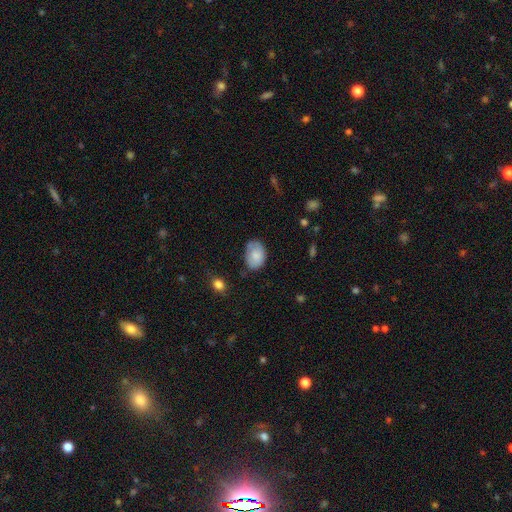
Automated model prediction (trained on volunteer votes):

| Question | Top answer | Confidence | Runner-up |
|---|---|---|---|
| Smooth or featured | smooth | 79% | featured or disk (14%) |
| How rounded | in between | 82% | round (17%) |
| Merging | none | 60% | minor disturbance (30%) |